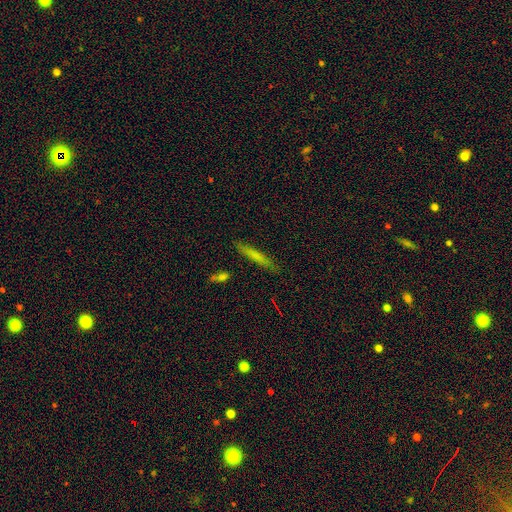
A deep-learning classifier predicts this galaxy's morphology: A smooth galaxy with no disk features (67%) that is cigar-shaped (93%). Merging: none (85%).